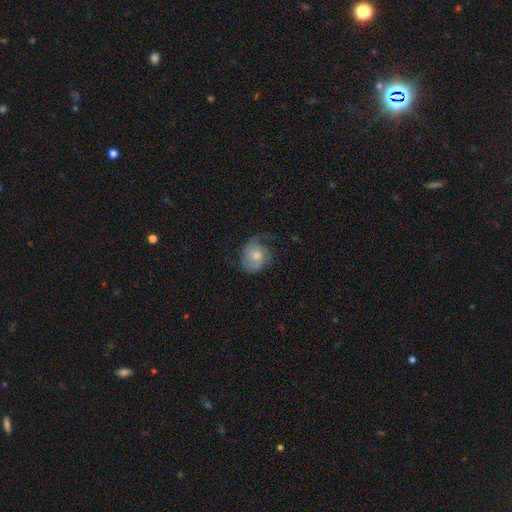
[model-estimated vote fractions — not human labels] smooth-or-featured: featured or disk: 61% | smooth: 32% | star or artifact: 7%
  disk-edge-on: no: 98% | yes: 2%
    bar: no: 71% | weak: 26% | strong: 3%
    has-spiral-arms: yes: 91% | no: 9%
      spiral-winding: medium: 43% | tight: 36% | loose: 21%
      spiral-arm-count: 2: 48% | can't tell: 19% | 3: 18% | 1: 8% | 4: 4% | more than 4: 3%
    bulge-size: moderate: 57% | small: 28% | large: 9% | none: 5% | dominant: 1%
  merging: none: 55% | minor disturbance: 27% | major disturbance: 17% | merger: 1%